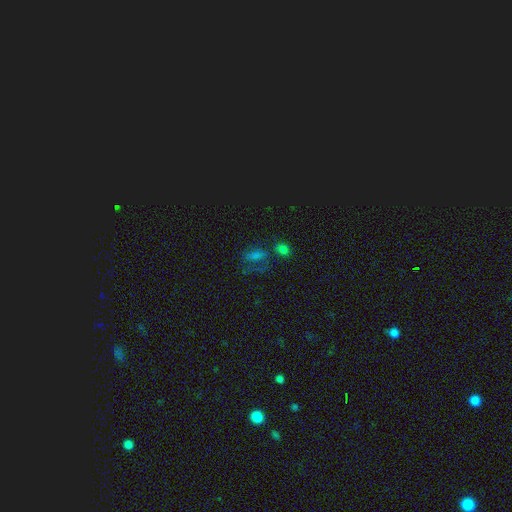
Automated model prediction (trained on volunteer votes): Q: Smooth or featured?
A: star or artifact (46%); runner-up: smooth (36%)